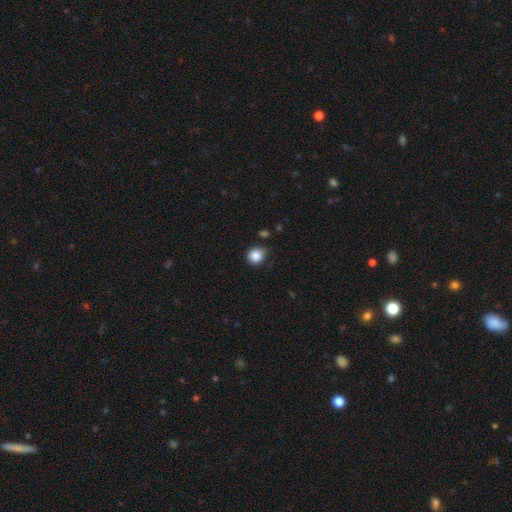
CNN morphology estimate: Smooth or featured: smooth — 86% (star or artifact — 10%)
How rounded: round — 86% (in between — 13%)
Merging: none — 72% (minor disturbance — 21%)